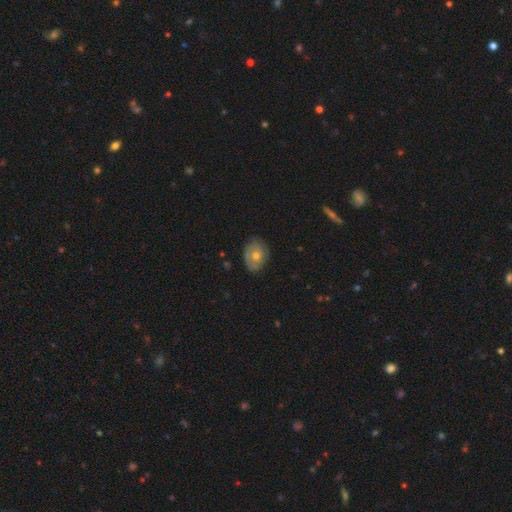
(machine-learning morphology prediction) smooth 45% (tied), featured or disk 45% (tied), star or artifact 10%. Down the decision tree: merging — none (78%).